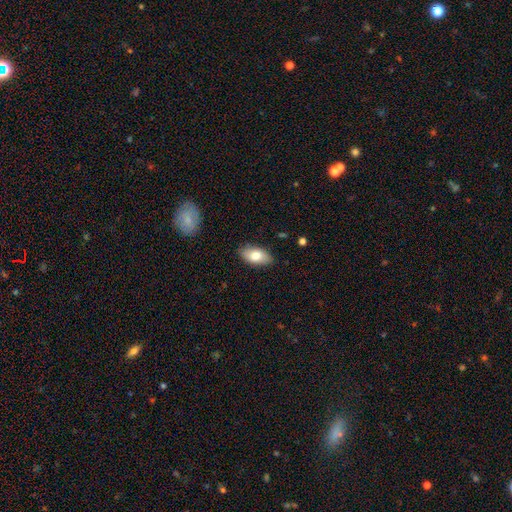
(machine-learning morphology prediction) Smooth or featured?
  - smooth: 78% *
  - featured or disk: 15%
  - star or artifact: 7%
How rounded?
  - in between: 92% *
  - cigar-shaped: 4%
  - round: 4%
Merging?
  - none: 86% *
  - minor disturbance: 11%
  - major disturbance: 2%
  - merger: 1%